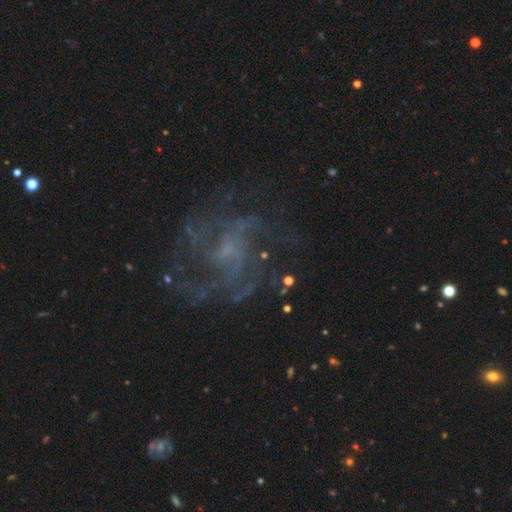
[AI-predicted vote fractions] Overall: featured or disk (78%). Edge-on disk: no (98%). Bar: no (57%; weak 36%). Spiral arms: yes (90%). Spiral arm count: can't tell (30%; 4 21%). Spiral winding: medium (48%; loose 27%). Bulge size: small (46%; none 34%). Merging: none (66%).